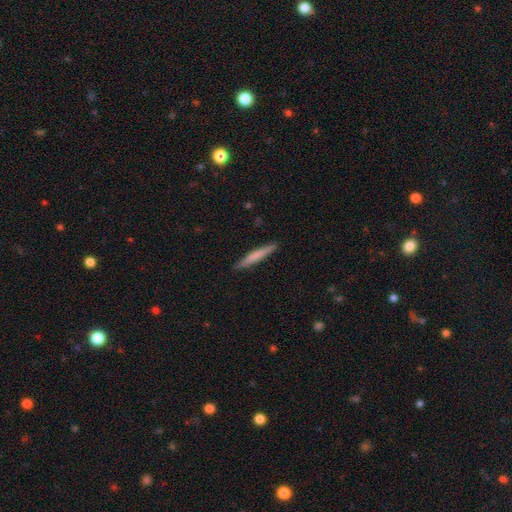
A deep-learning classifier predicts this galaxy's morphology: Smooth or featured? Predicted: smooth (p=0.66). How rounded? Predicted: cigar-shaped (p=0.95). Merging? Predicted: none (p=0.90).